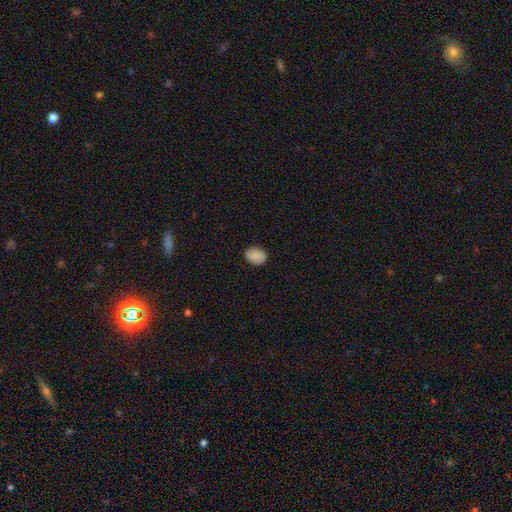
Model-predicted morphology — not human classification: smooth-or-featured: smooth: 86% | star or artifact: 8% | featured or disk: 6%
  how-rounded: in between: 61% | round: 38% | cigar-shaped: 1%
  merging: none: 87% | minor disturbance: 10% | major disturbance: 2% | merger: 1%